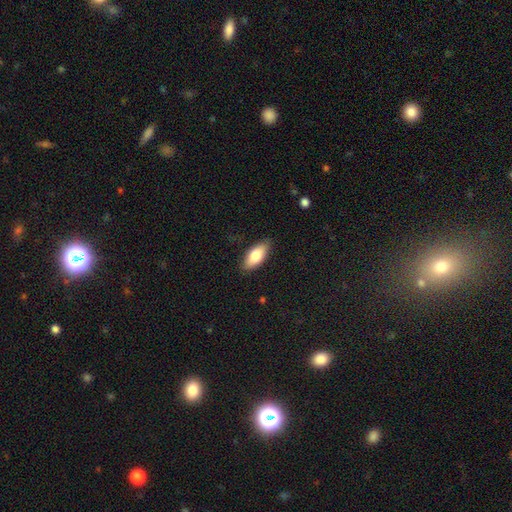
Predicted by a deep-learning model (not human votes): Smooth or featured? Predicted: smooth (p=0.78). How rounded? Predicted: in between (p=0.83). Merging? Predicted: none (p=0.85).